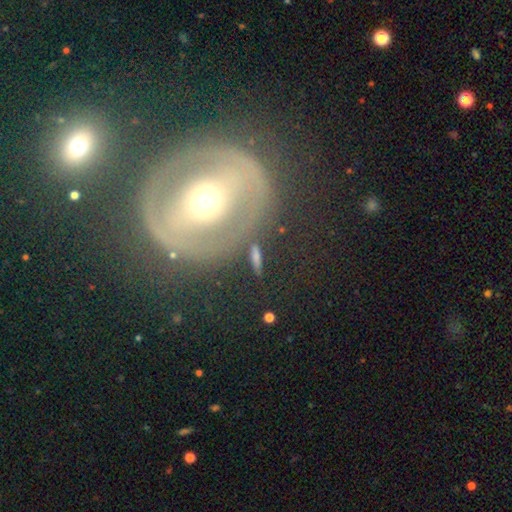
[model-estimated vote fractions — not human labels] Smooth or featured? featured or disk (70%)
Edge-on disk? no (92%)
Bar? strong (37%)
Spiral arms? no (52%)
Bulge size? moderate (70%)
Merging? none (74%)